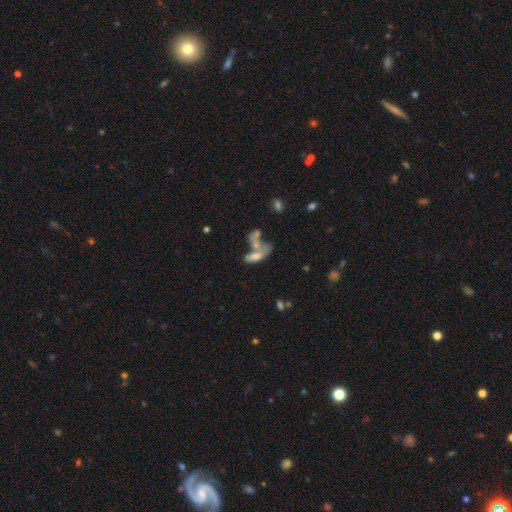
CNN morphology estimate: The model was most divided on "smooth or featured": smooth: 57%, featured or disk: 31%, star or artifact: 12%. More confident: how rounded — in between (77%); merging — merger (57%).